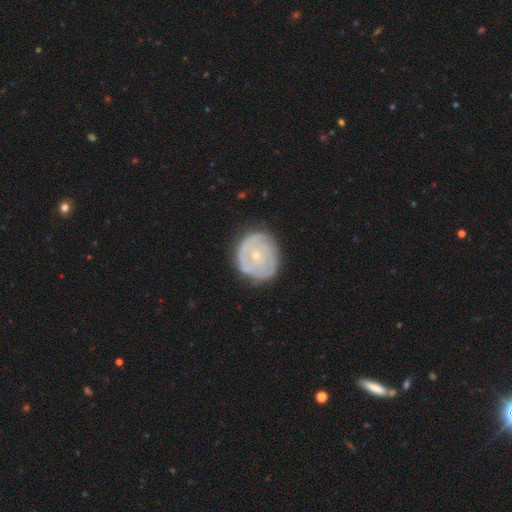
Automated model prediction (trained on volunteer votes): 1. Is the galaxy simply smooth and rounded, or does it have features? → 68% featured or disk, 26% smooth, 6% star or artifact.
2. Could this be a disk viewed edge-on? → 98% no, 2% yes.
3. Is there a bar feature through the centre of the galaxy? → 82% no, 15% weak, 3% strong.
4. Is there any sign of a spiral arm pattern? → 71% yes, 29% no.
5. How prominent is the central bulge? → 73% small, 23% moderate, 1% none, 1% large, 1% dominant.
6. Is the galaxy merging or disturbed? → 73% none, 20% minor disturbance, 6% major disturbance, 2% merger.